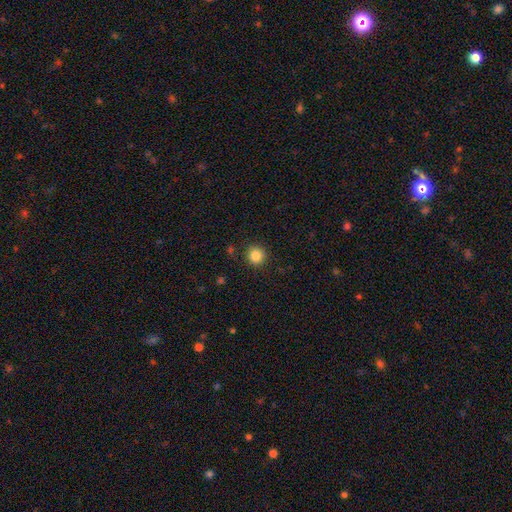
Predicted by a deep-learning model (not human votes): smooth 85%, star or artifact 11%, featured or disk 4%. Down the decision tree: how rounded — round (94%); merging — none (90%).